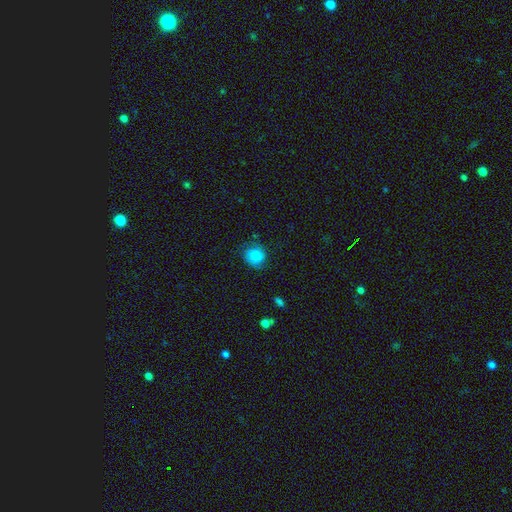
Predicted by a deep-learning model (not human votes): Q: Smooth or featured?
A: smooth (80%); runner-up: featured or disk (12%)
Q: How rounded?
A: round (76%); runner-up: in between (23%)
Q: Merging?
A: none (68%); runner-up: minor disturbance (23%)